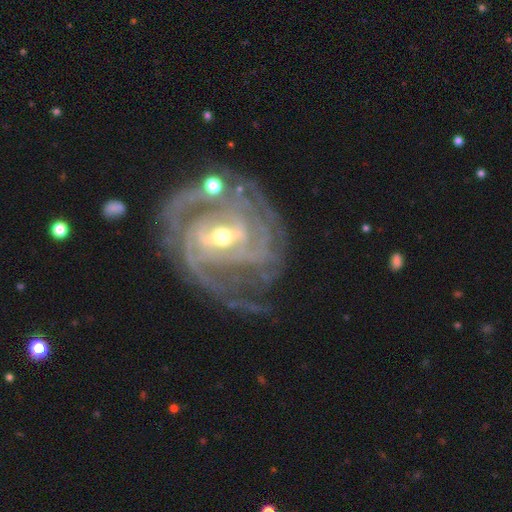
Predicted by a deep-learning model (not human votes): smooth-or-featured: featured or disk: 91% | star or artifact: 5% | smooth: 4%
  disk-edge-on: no: 97% | yes: 3%
    bar: strong: 43% | weak: 41% | no: 16%
    has-spiral-arms: yes: 96% | no: 4%
      spiral-winding: tight: 66% | medium: 28% | loose: 7%
      spiral-arm-count: can't tell: 28% | 2: 22% | 3: 21% | 4: 15% | more than 4: 8% | 1: 6%
    bulge-size: moderate: 49% | small: 47% | large: 3% | none: 1% | dominant: 1%
  merging: none: 59% | minor disturbance: 19% | major disturbance: 16% | merger: 6%